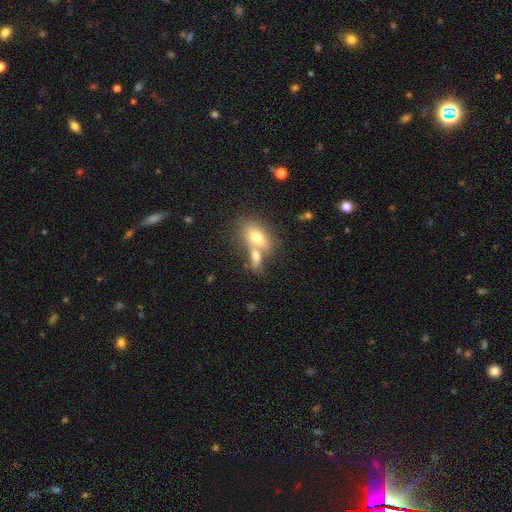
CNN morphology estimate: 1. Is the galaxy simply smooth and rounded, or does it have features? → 69% smooth, 23% featured or disk, 8% star or artifact.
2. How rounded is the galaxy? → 76% in between, 12% cigar-shaped, 12% round.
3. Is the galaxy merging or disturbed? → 56% merger, 31% none, 9% minor disturbance, 5% major disturbance.